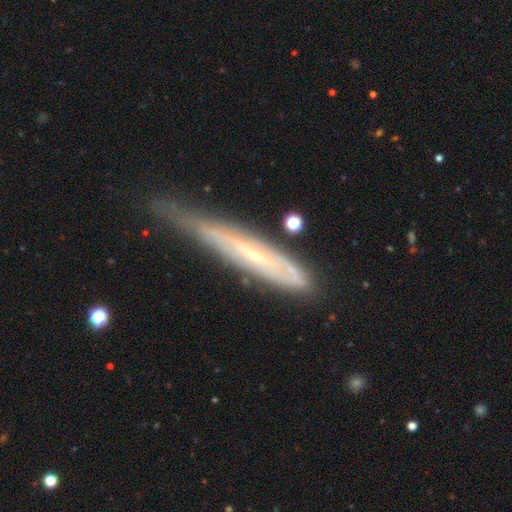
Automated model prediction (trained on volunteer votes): Morphology: type=featured or disk (67%); edge-on=yes (64%); merging=none (41%).